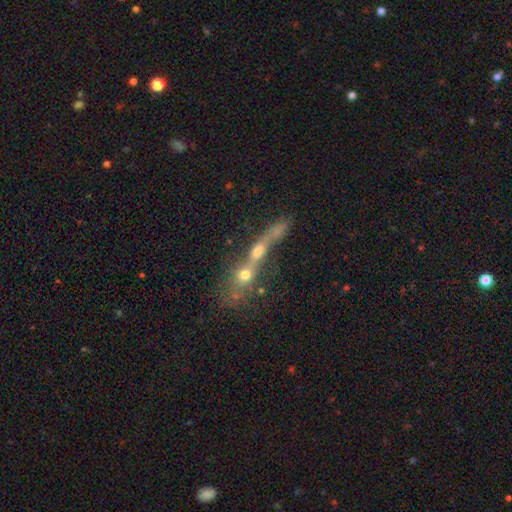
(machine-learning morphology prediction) A featured or disk galaxy (44%). Merging: merger (63%).